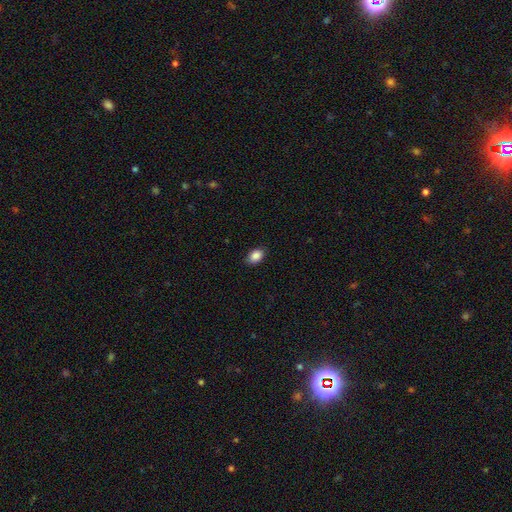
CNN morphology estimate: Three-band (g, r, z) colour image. It shows a smooth galaxy with no disk features (88%) that is in between round and cigar-shaped (86%). Merging: none (87%).